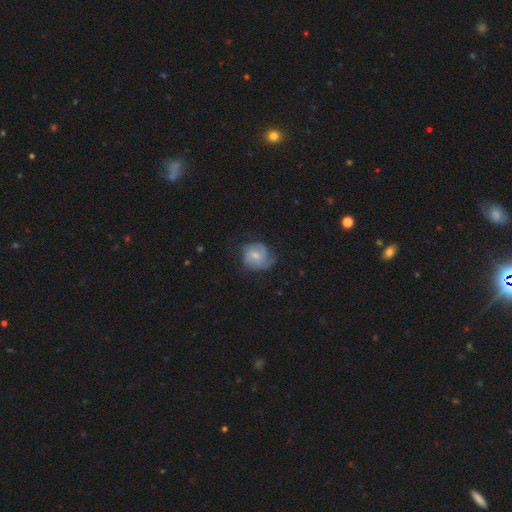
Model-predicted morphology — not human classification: smooth-or-featured: featured or disk: 50% | smooth: 44% | star or artifact: 7%
  merging: none: 54% | minor disturbance: 30% | major disturbance: 15% | merger: 1%